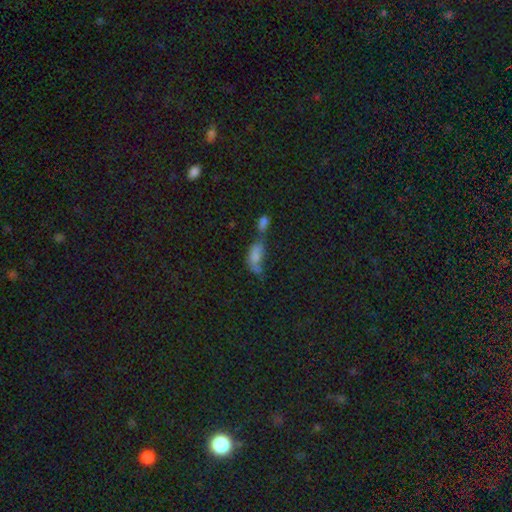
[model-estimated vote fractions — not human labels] This is likely a smooth galaxy (65%). How rounded: clearly in between (84%). Merging: possibly merger (59%).